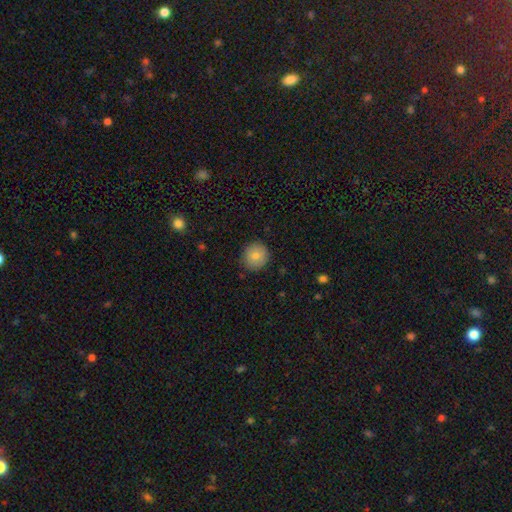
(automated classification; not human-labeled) This is clearly a smooth galaxy (83%). How rounded: clearly round (92%). Merging: clearly none (89%).